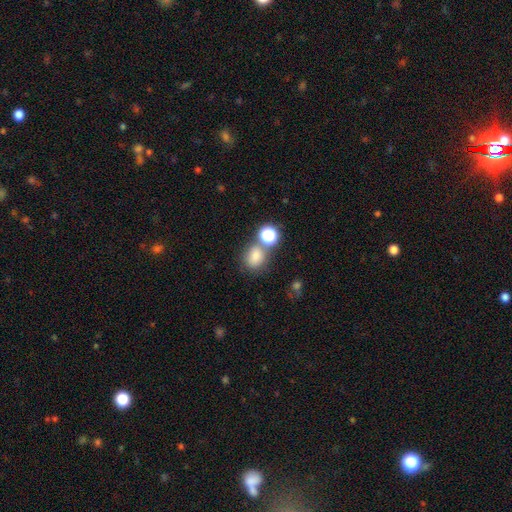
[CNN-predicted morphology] smooth-or-featured: smooth: 76% | star or artifact: 16% | featured or disk: 8%
  how-rounded: round: 67% | in between: 32% | cigar-shaped: 1%
  merging: none: 61% | merger: 23% | minor disturbance: 12% | major disturbance: 5%